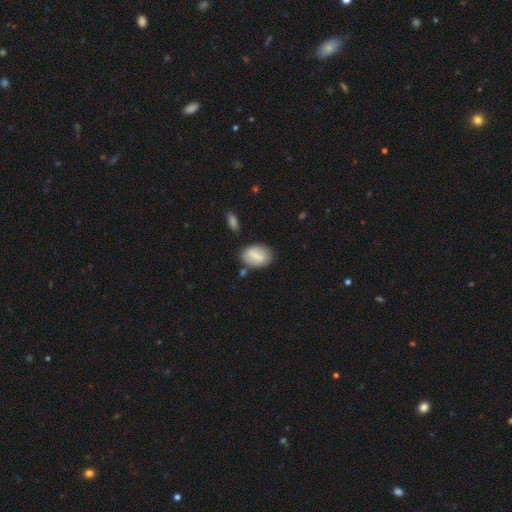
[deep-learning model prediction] Smooth or featured? Predicted: smooth (p=0.74). How rounded? Predicted: in between (p=0.86). Merging? Predicted: none (p=0.74).